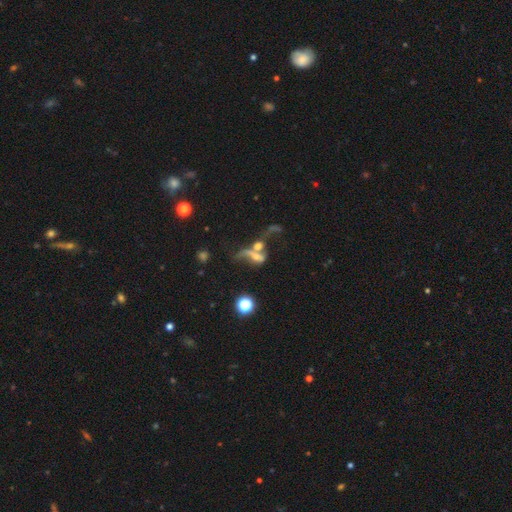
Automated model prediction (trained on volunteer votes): Smooth or featured: featured or disk — 49% (smooth — 34%)
Merging: merger — 64% (major disturbance — 17%)